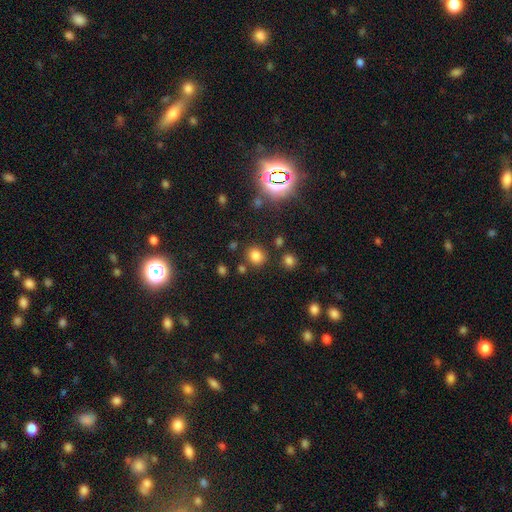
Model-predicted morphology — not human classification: A smooth galaxy with no disk features (77%) that is round (78%). Merging: none (82%).